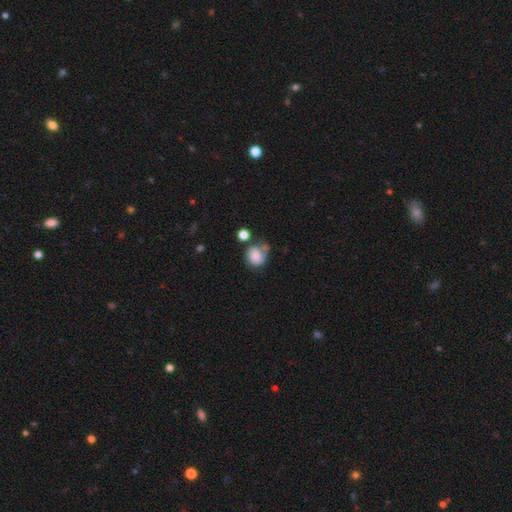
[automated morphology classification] smooth-or-featured: smooth: 59% | featured or disk: 32% | star or artifact: 9%
  how-rounded: round: 66% | in between: 34% | cigar-shaped: 1%
  merging: none: 36% | minor disturbance: 24% | major disturbance: 24% | merger: 17%